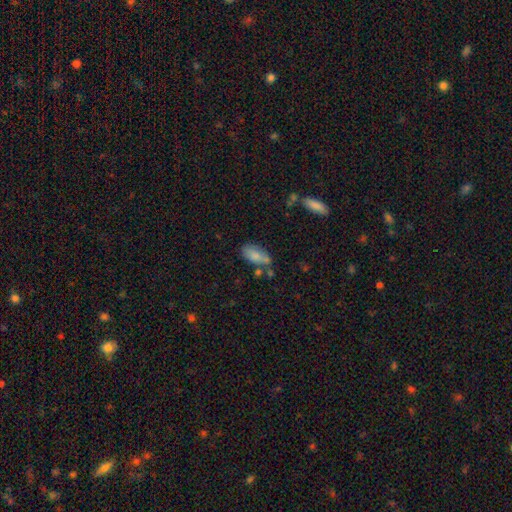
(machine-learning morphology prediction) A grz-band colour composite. It shows a smooth galaxy with no disk features (80%) that is in between round and cigar-shaped (89%). Merging: none (56%).